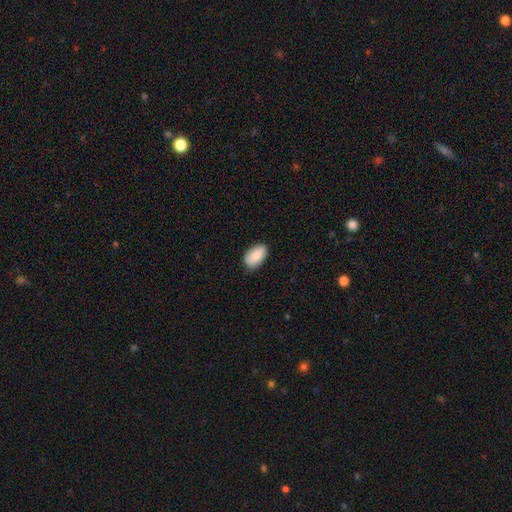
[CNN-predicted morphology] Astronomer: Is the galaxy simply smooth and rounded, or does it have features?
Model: smooth — 86%.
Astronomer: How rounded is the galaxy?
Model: in between — 94%.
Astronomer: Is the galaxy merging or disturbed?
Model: none — 83%.